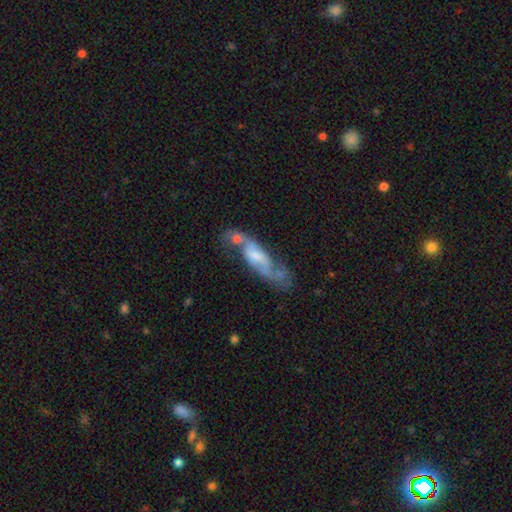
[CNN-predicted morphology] The model was most divided on "bulge size": moderate: 39%, small: 38%, none: 12%, large: 9%, dominant: 2%. Remaining: spiral arms — yes (77%); edge-on disk — no (76%); smooth or featured — featured or disk (67%); bar — no (43%); merging — none (38%).